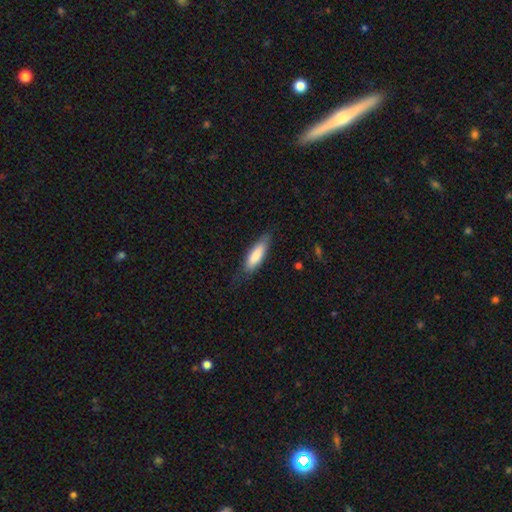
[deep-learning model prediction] smooth-or-featured: smooth: 80% | featured or disk: 15% | star or artifact: 5%
  how-rounded: in between: 52% | cigar-shaped: 47% | round: 1%
  merging: none: 74% | minor disturbance: 20% | major disturbance: 5% | merger: 1%